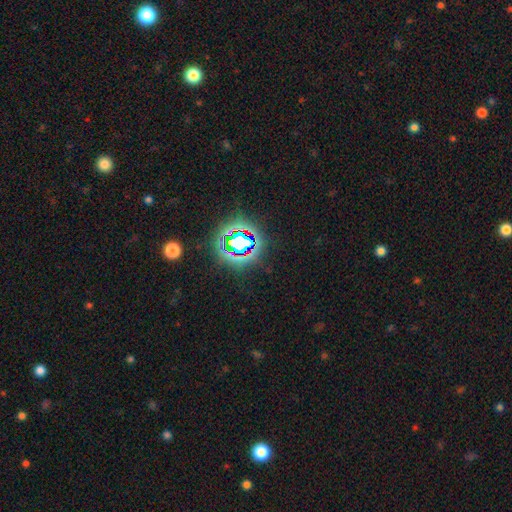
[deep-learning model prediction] Smooth or featured? star or artifact (81%)